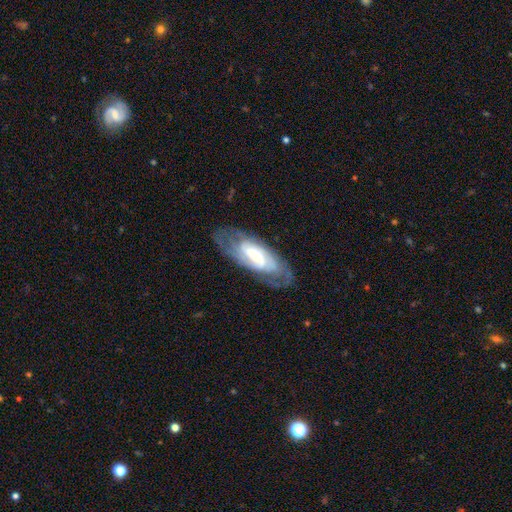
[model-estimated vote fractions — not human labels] Morphology: type=featured or disk (74%); edge-on=no (87%); bar=no (42%); spiral arms=yes (79%); winding=tight (55%); arm count=2 (46%); bulge=moderate (46%); merging=none (75%).